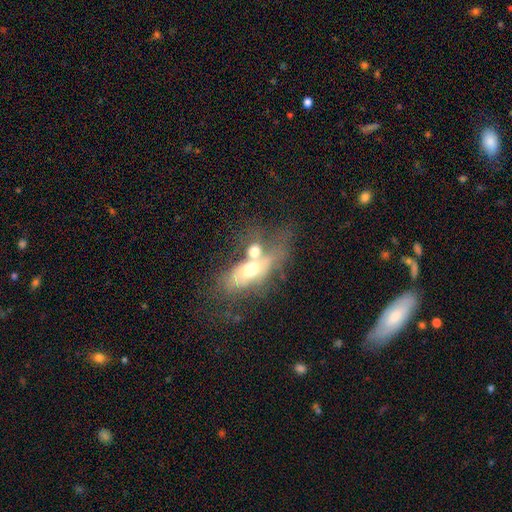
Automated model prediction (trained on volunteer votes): smooth-or-featured: featured or disk: 49% | smooth: 32% | star or artifact: 18%
  merging: merger: 41% | none: 32% | minor disturbance: 14% | major disturbance: 13%